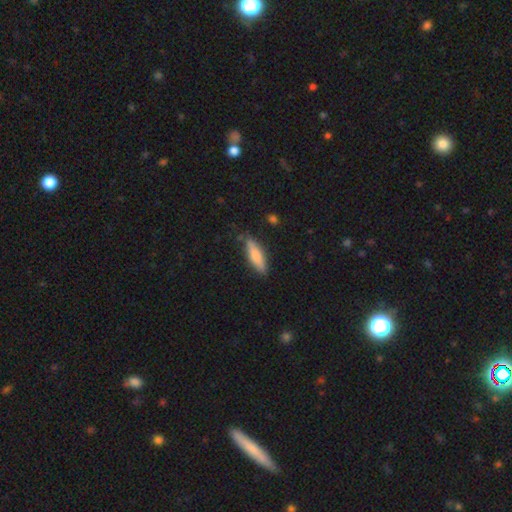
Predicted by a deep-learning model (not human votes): Smooth or featured: smooth — 72% (featured or disk — 22%)
How rounded: cigar-shaped — 61% (in between — 37%)
Merging: none — 79% (minor disturbance — 15%)